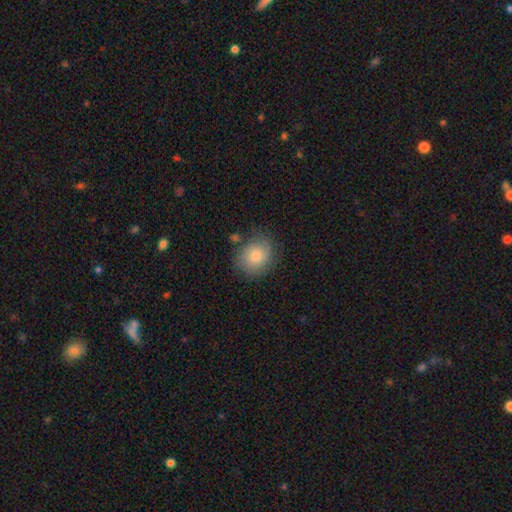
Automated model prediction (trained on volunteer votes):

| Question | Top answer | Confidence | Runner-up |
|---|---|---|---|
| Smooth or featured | smooth | 74% | featured or disk (17%) |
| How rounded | round | 69% | in between (30%) |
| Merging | none | 75% | minor disturbance (17%) |